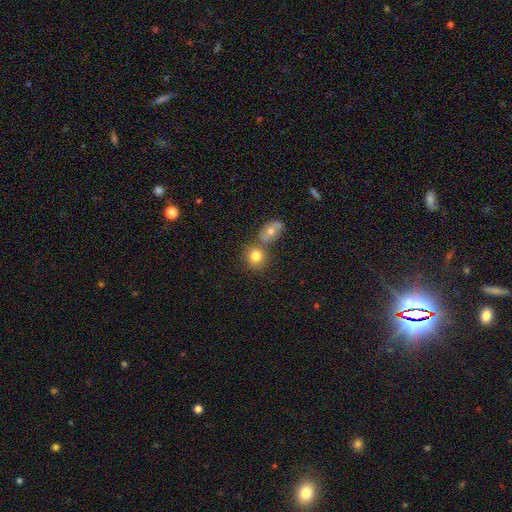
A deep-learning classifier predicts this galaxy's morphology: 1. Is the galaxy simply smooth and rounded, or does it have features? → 78% smooth, 12% featured or disk, 10% star or artifact.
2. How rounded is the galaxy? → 78% round, 20% in between, 1% cigar-shaped.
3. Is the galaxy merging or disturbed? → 52% none, 35% merger, 10% minor disturbance, 4% major disturbance.